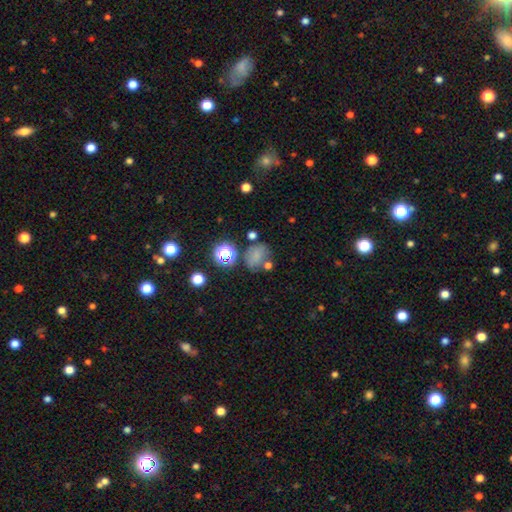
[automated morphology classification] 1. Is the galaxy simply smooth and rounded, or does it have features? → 64% smooth, 23% star or artifact, 13% featured or disk.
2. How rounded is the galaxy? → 52% round, 47% in between, 1% cigar-shaped.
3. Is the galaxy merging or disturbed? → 56% none, 20% minor disturbance, 14% merger, 10% major disturbance.